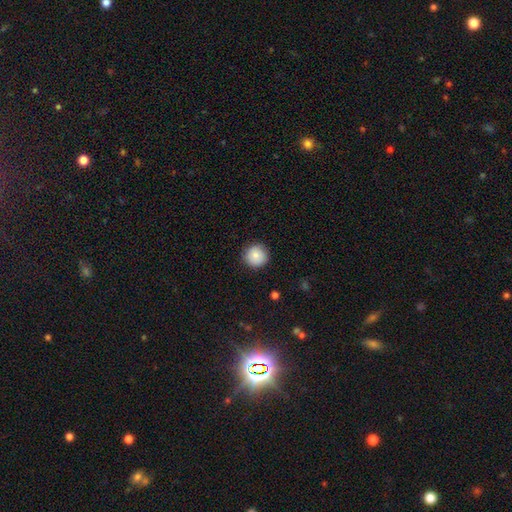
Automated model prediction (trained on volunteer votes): smooth_or_featured: smooth (p=0.85) [alt: star or artifact p=0.08]
how_rounded: round (p=0.95) [alt: in between p=0.04]
merging: none (p=0.90) [alt: minor disturbance p=0.07]